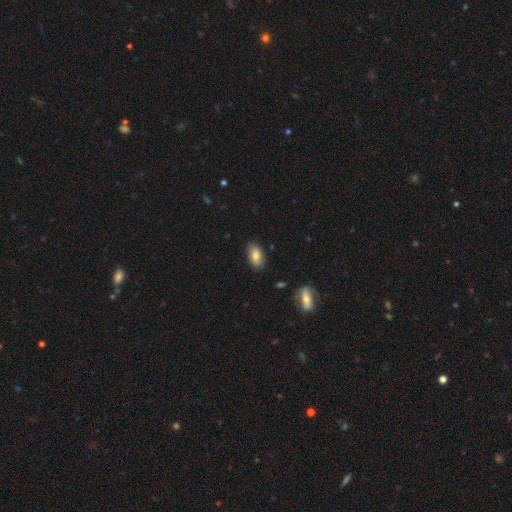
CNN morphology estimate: smooth-or-featured: smooth: 80% | featured or disk: 12% | star or artifact: 8%
  how-rounded: in between: 92% | round: 5% | cigar-shaped: 3%
  merging: none: 82% | minor disturbance: 14% | major disturbance: 2% | merger: 2%